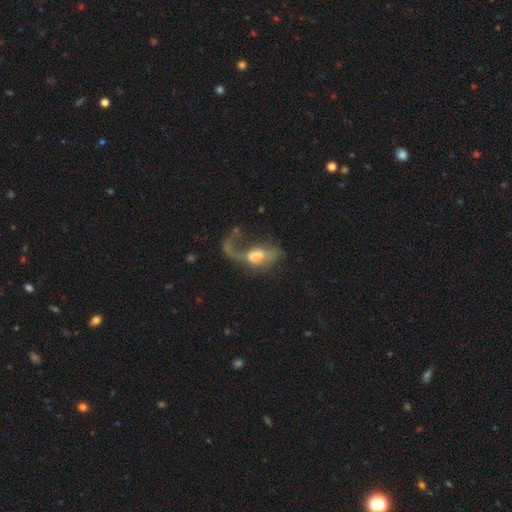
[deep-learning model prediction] Morphology: type=featured or disk (60%); edge-on=no (92%); bar=no (55%); spiral arms=yes (66%); bulge=moderate (37%); merging=major disturbance (57%).